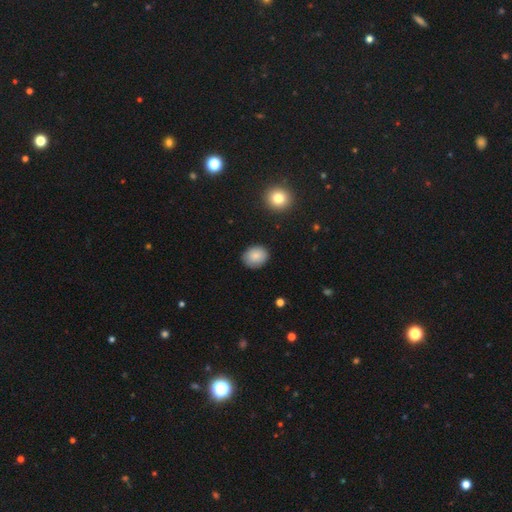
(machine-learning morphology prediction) This appears to be a smooth galaxy with no disk features (85%) that is round (62%). Merging: none (84%).